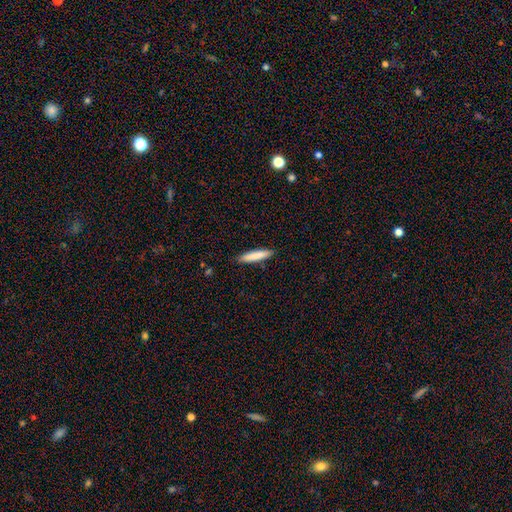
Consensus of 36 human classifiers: Morphology: type=smooth (89%); roundness=cigar-shaped (81%); merging=none (97%).